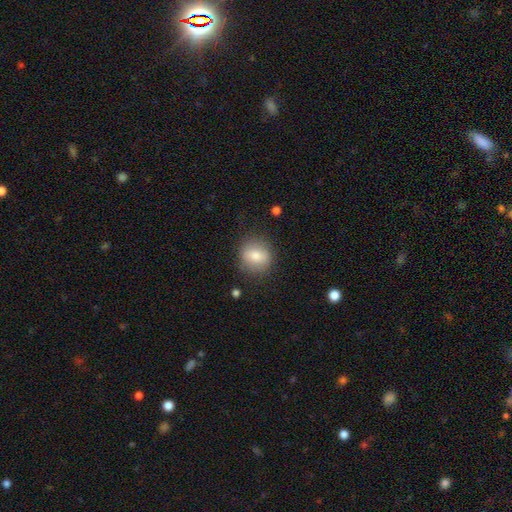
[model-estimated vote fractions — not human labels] smooth 77%, featured or disk 14%, star or artifact 8%. Down the decision tree: how rounded — round (80%); merging — none (82%).